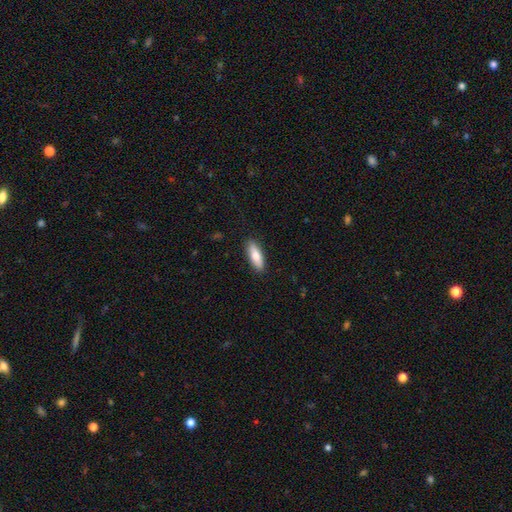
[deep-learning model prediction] Smooth or featured? Predicted: smooth (p=0.77). How rounded? Predicted: in between (p=0.56). Merging? Predicted: none (p=0.89).